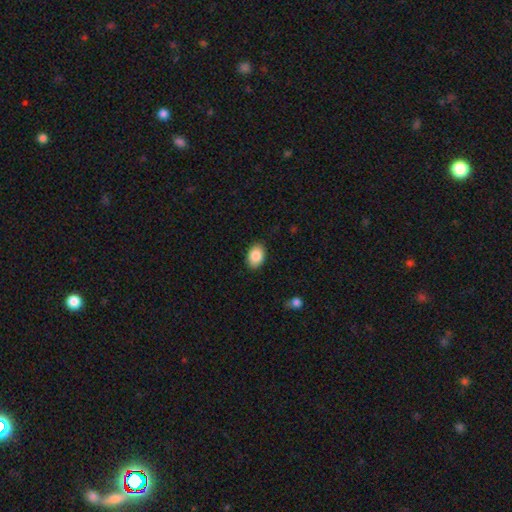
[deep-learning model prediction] The model was most divided on "how rounded": in between: 84%, round: 15%, cigar-shaped: 1%. More confident: smooth or featured — smooth (87%); merging — none (87%).